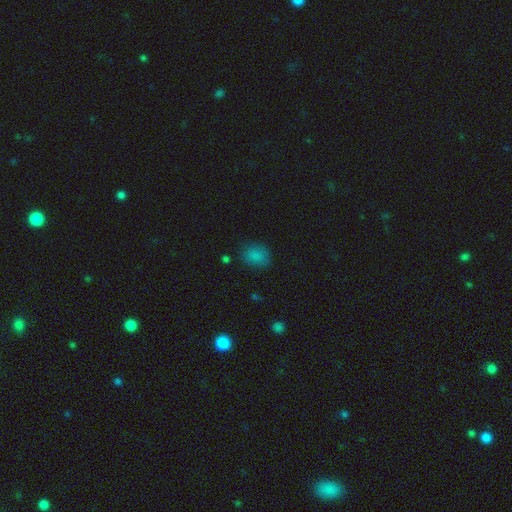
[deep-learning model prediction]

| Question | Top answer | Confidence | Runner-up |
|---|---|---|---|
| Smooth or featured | smooth | 82% | star or artifact (13%) |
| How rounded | round | 51% | in between (48%) |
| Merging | none | 75% | minor disturbance (18%) |